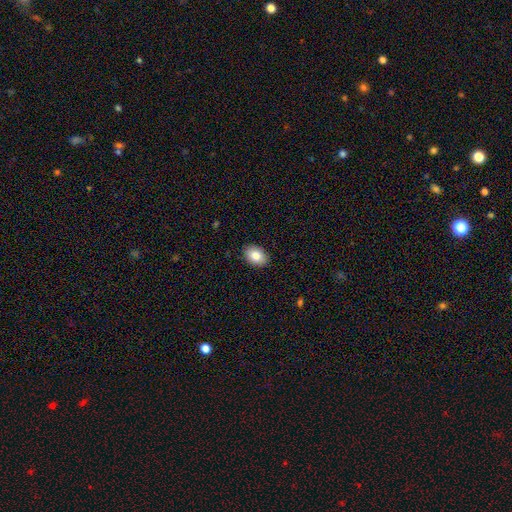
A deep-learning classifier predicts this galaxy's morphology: A smooth galaxy with no disk features (83%) that is in between round and cigar-shaped (82%). Merging: none (89%).